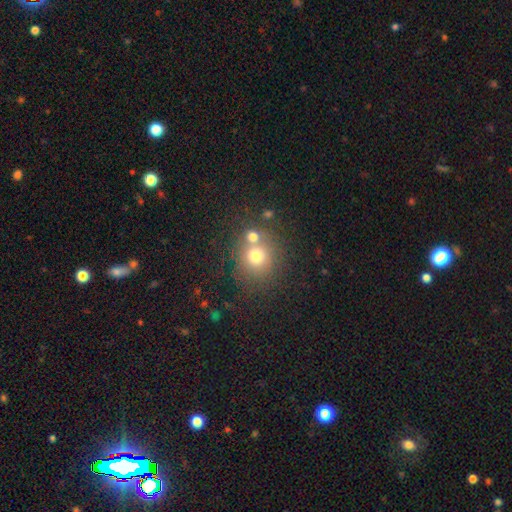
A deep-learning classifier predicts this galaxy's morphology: A smooth galaxy with no disk features (72%) that is round (84%).

Vote fractions:
- Smooth or featured? smooth: 72% / star or artifact: 14% / featured or disk: 13%
- How rounded? round: 84% / in between: 15% / cigar-shaped: 1%
- Merging? none: 55% / merger: 32% / minor disturbance: 9% / major disturbance: 4%